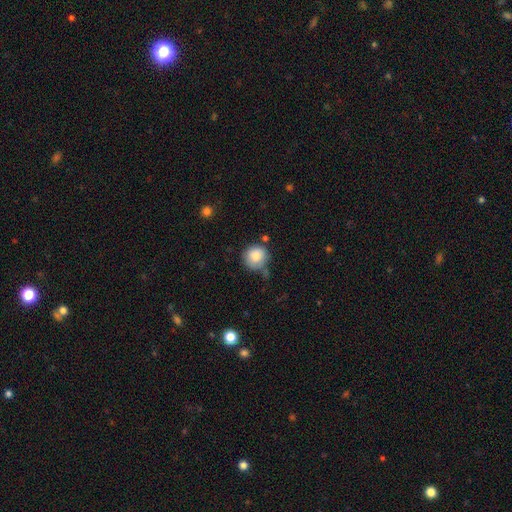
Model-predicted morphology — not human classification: smooth 83%, star or artifact 9%, featured or disk 8%. Down the decision tree: how rounded — round (91%); merging — none (66%).